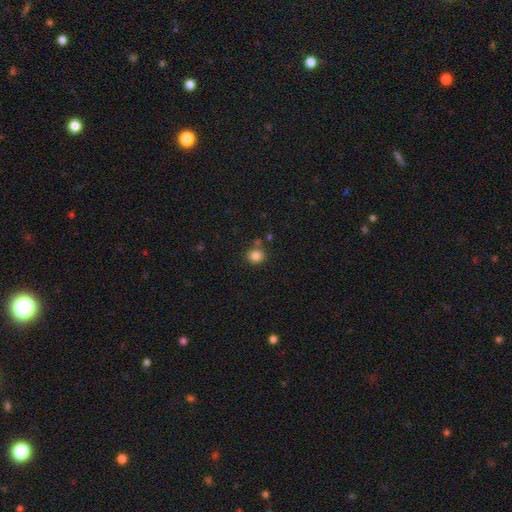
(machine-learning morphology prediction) The model was most divided on "how rounded": round: 78%, in between: 21%, cigar-shaped: 1%. More confident: smooth or featured — smooth (84%); merging — none (75%).